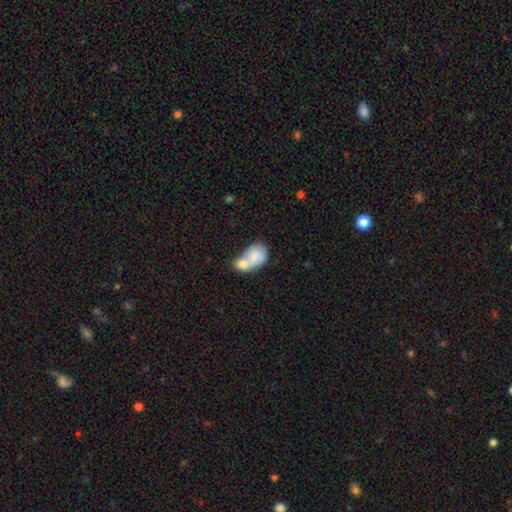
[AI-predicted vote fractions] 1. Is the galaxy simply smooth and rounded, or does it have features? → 72% smooth, 22% featured or disk, 6% star or artifact.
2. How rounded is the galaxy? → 76% in between, 22% round, 2% cigar-shaped.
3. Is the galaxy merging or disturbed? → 72% merger, 14% none, 8% minor disturbance, 6% major disturbance.